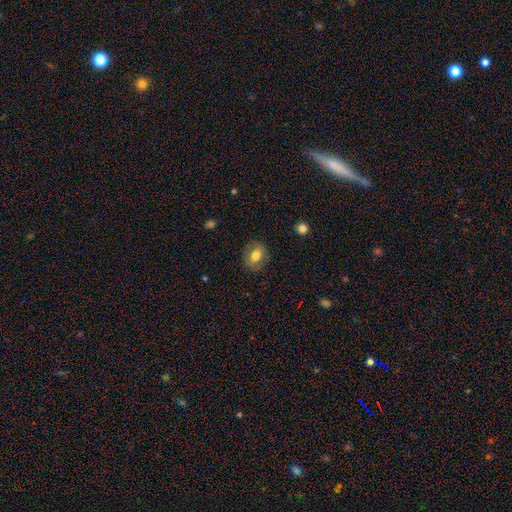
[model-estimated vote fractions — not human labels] A smooth galaxy with no disk features (72%) that is in between round and cigar-shaped (50%).

Vote fractions:
- Smooth or featured? smooth: 72% / featured or disk: 19% / star or artifact: 9%
- How rounded? in between: 50% / round: 49% / cigar-shaped: 1%
- Merging? none: 83% / minor disturbance: 12% / major disturbance: 4% / merger: 1%